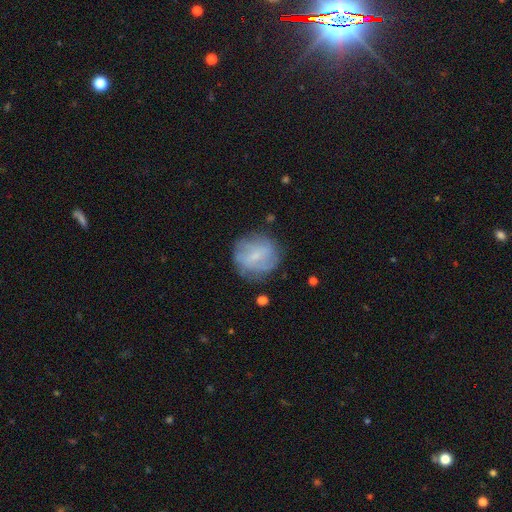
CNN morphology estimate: A featured or disk galaxy (47%).

Vote fractions:
- Smooth or featured? featured or disk: 47% / smooth: 45% / star or artifact: 8%
- Merging? none: 73% / minor disturbance: 18% / major disturbance: 8% / merger: 2%